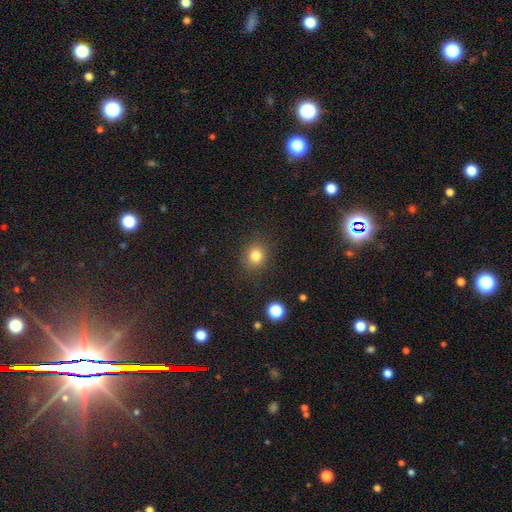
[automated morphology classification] Smooth or featured? smooth (81%)
How rounded? round (84%)
Merging? none (87%)